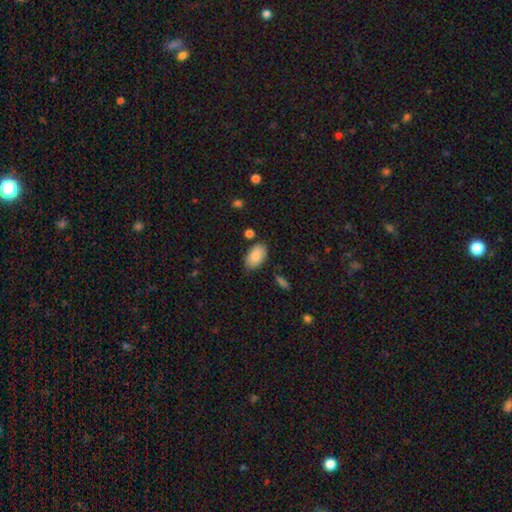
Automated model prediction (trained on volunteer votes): Q: Smooth or featured?
A: smooth (86%); runner-up: featured or disk (7%)
Q: How rounded?
A: in between (94%); runner-up: round (4%)
Q: Merging?
A: none (78%); runner-up: minor disturbance (16%)